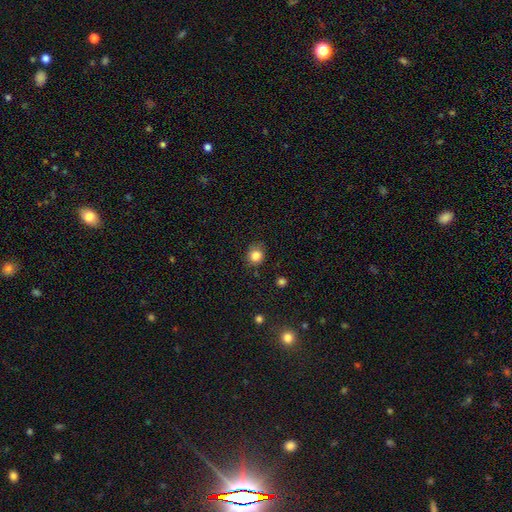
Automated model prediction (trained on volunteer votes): smooth 84%, star or artifact 11%, featured or disk 5%. Down the decision tree: how rounded — round (79%); merging — none (78%).